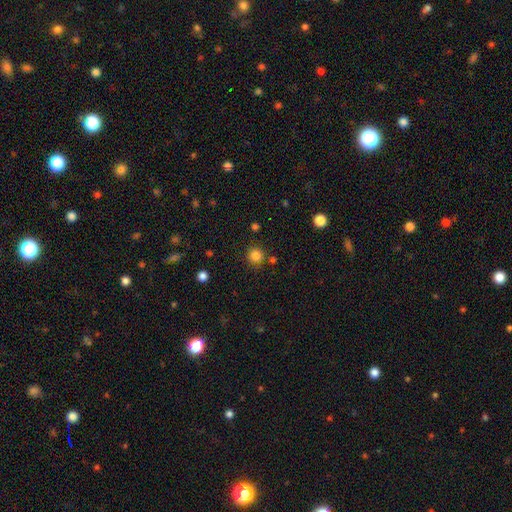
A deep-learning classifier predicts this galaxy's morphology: Smooth or featured? Predicted: smooth (p=0.83). How rounded? Predicted: round (p=0.92). Merging? Predicted: none (p=0.81).